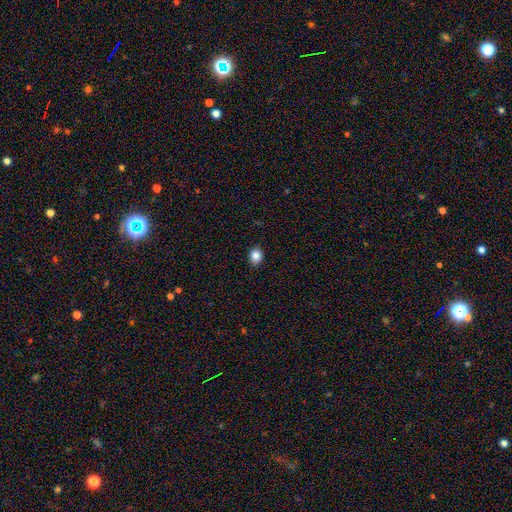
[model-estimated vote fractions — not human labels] A smooth galaxy with no disk features (85%) that is round (55%). Merging: none (90%).